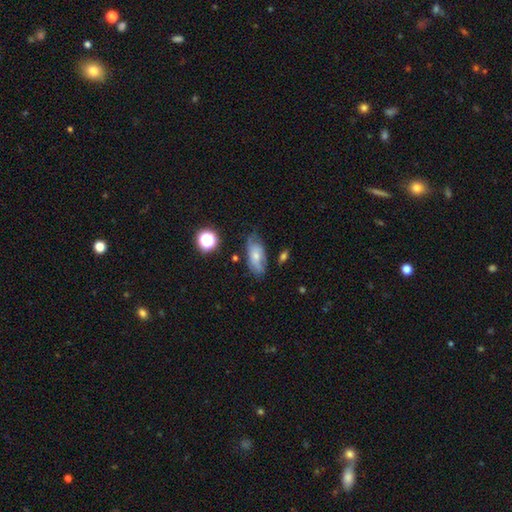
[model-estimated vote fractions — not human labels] Smooth or featured: smooth — 57% (featured or disk — 33%)
How rounded: in between — 87% (cigar-shaped — 7%)
Merging: none — 53% (minor disturbance — 32%)